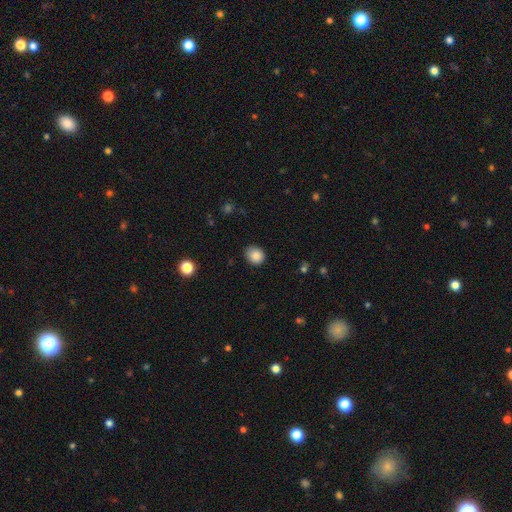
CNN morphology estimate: smooth 86%, star or artifact 9%, featured or disk 4%. Down the decision tree: how rounded — round (71%); merging — none (84%).